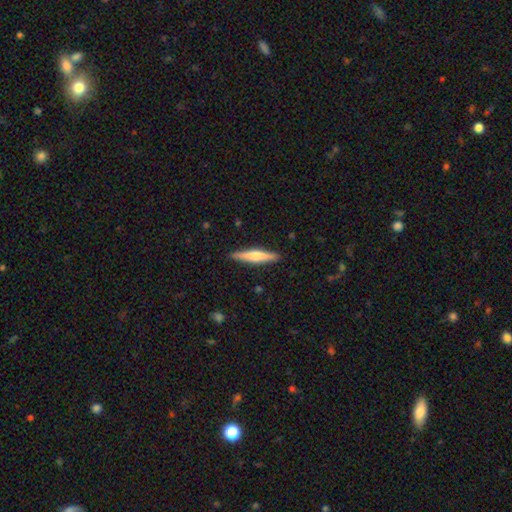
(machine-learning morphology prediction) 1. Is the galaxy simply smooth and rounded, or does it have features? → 52% smooth, 43% featured or disk, 5% star or artifact.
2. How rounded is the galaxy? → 88% cigar-shaped, 10% in between, 2% round.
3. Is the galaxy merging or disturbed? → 90% none, 7% minor disturbance, 1% major disturbance, 1% merger.